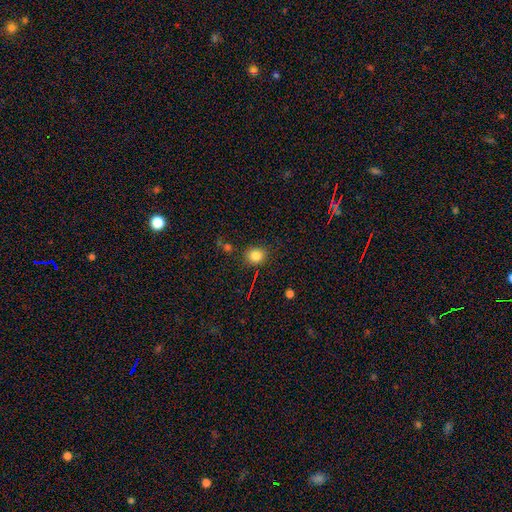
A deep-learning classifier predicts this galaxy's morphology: This appears to be a smooth galaxy with no disk features (83%) that is round (82%). Merging: none (83%).